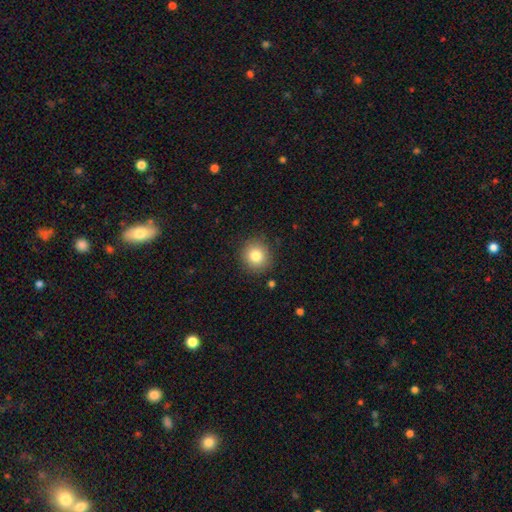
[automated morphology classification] Smooth or featured? Predicted: smooth (p=0.81). How rounded? Predicted: round (p=0.90). Merging? Predicted: none (p=0.88).